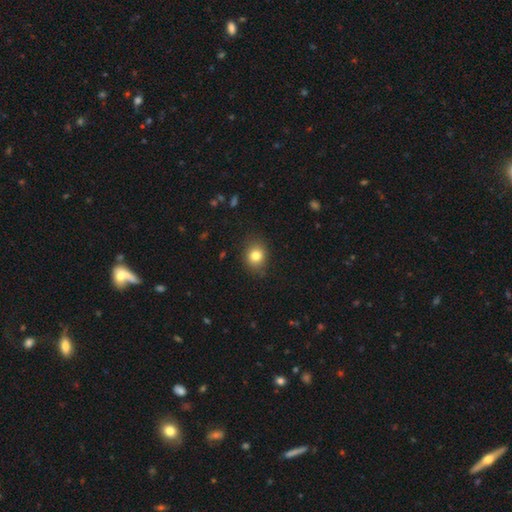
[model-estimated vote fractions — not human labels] Smooth or featured? smooth (82%)
How rounded? round (66%)
Merging? none (85%)